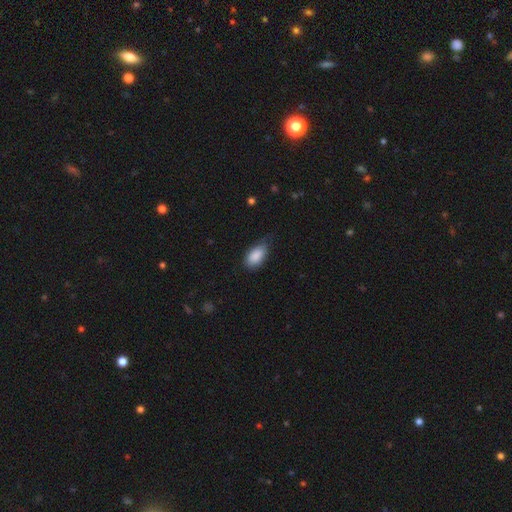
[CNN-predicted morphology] A smooth galaxy with no disk features (88%) that is in between round and cigar-shaped (94%).

Vote fractions:
- Smooth or featured? smooth: 88% / star or artifact: 6% / featured or disk: 6%
- How rounded? in between: 94% / round: 3% / cigar-shaped: 3%
- Merging? none: 60% / minor disturbance: 32% / major disturbance: 7% / merger: 1%